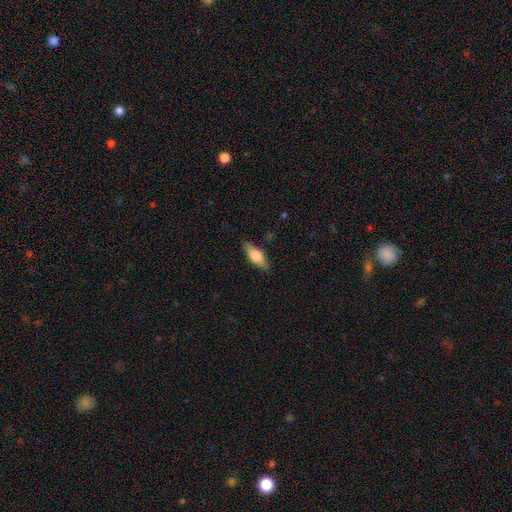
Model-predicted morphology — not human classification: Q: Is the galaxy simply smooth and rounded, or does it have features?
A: smooth — 62%.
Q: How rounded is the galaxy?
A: in between — 70%.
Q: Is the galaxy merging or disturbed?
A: none — 83%.